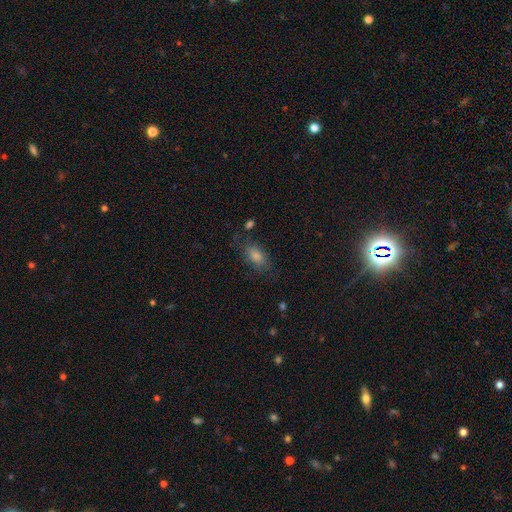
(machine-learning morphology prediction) This appears to be a smooth galaxy with no disk features (60%) that is in between round and cigar-shaped (81%). Merging: none (73%).